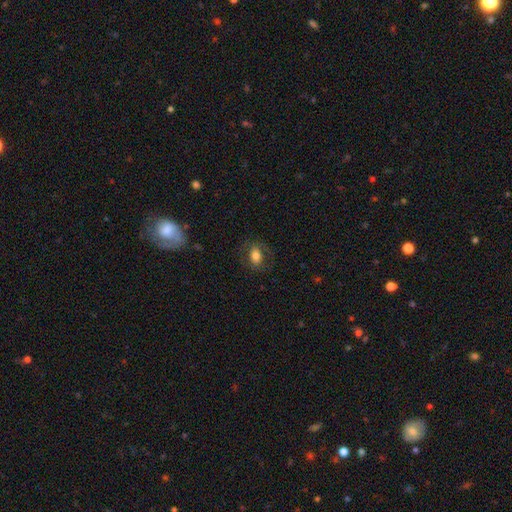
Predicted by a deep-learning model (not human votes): Overall: smooth (71%). How rounded: in between (76%). Merging: none (76%).